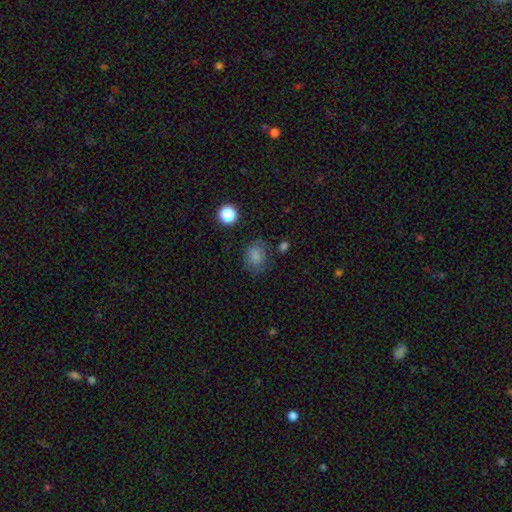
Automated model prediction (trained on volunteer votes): Q: Smooth or featured?
A: smooth (80%); runner-up: star or artifact (12%)
Q: How rounded?
A: in between (52%); runner-up: round (47%)
Q: Merging?
A: none (69%); runner-up: minor disturbance (20%)